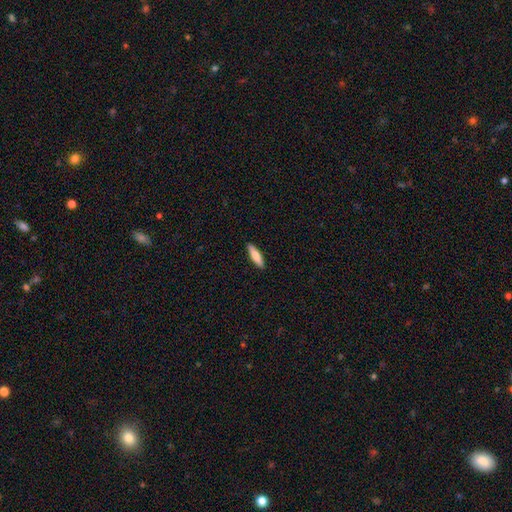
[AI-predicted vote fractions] Q: Smooth or featured?
A: smooth (73%); runner-up: featured or disk (22%)
Q: How rounded?
A: cigar-shaped (70%); runner-up: in between (29%)
Q: Merging?
A: none (91%); runner-up: minor disturbance (7%)